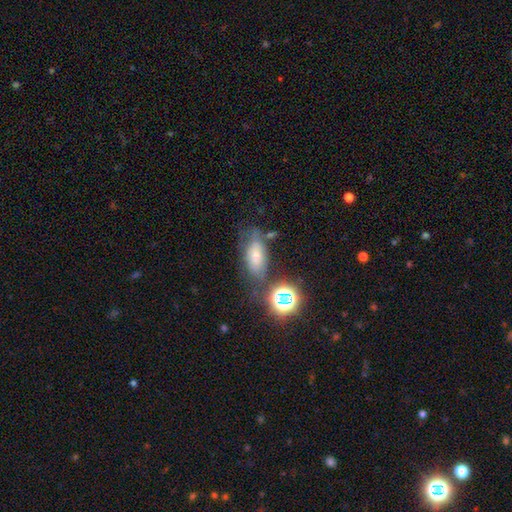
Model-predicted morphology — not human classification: smooth-or-featured: smooth: 47% | featured or disk: 26% | star or artifact: 26%
  merging: none: 58% | minor disturbance: 22% | major disturbance: 10% | merger: 9%